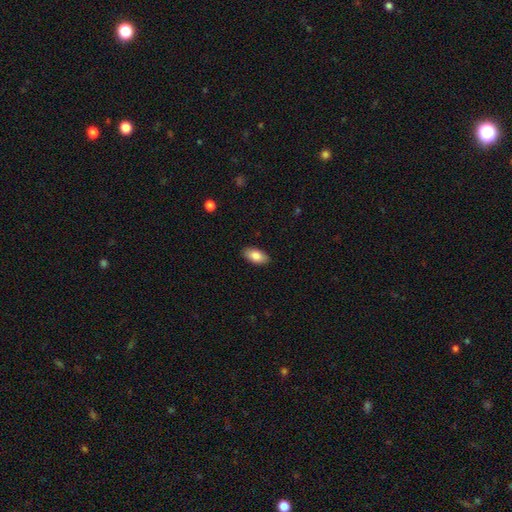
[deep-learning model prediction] Smooth or featured? smooth (85%)
How rounded? in between (93%)
Merging? none (89%)